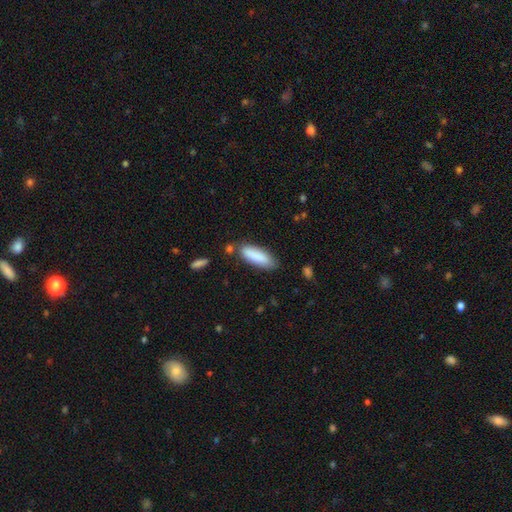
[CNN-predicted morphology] This appears to be a smooth galaxy with no disk features (87%) that is in between round and cigar-shaped (54%). Merging: none (75%).